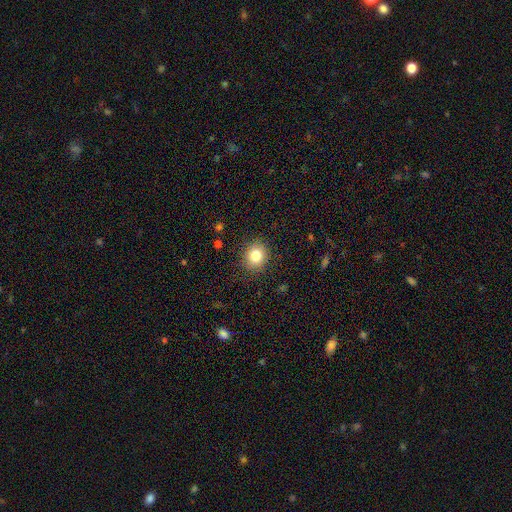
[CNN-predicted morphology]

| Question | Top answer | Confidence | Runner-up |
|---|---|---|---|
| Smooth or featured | smooth | 82% | star or artifact (11%) |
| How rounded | round | 73% | in between (26%) |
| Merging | none | 88% | minor disturbance (8%) |